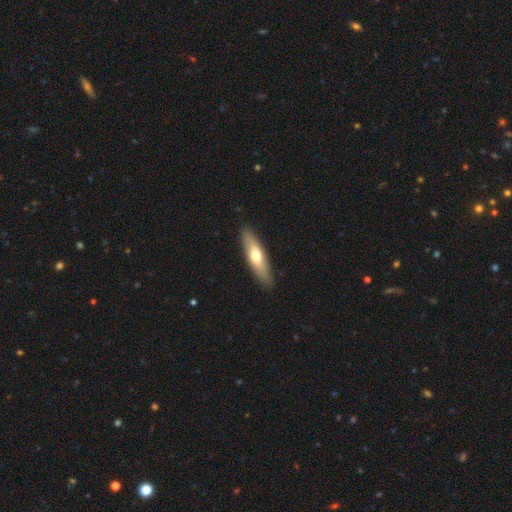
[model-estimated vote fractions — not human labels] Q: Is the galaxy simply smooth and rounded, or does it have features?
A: smooth — 58%.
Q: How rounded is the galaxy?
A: cigar-shaped — 65%.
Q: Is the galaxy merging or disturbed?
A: none — 89%.